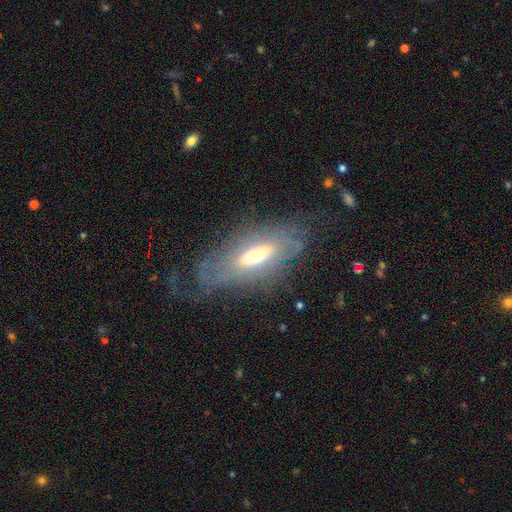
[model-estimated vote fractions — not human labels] A featured or disk galaxy (61%).

Vote fractions:
- Smooth or featured? featured or disk: 61% / smooth: 31% / star or artifact: 8%
- Edge-on disk? no: 73% / yes: 27%
- Merging? none: 55% / minor disturbance: 22% / major disturbance: 21% / merger: 2%